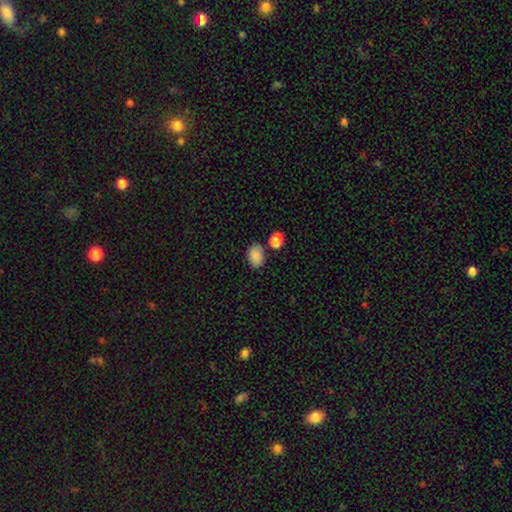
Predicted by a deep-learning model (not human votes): A smooth galaxy with no disk features (86%) that is in between round and cigar-shaped (79%).

Vote fractions:
- Smooth or featured? smooth: 86% / star or artifact: 9% / featured or disk: 5%
- How rounded? in between: 79% / round: 20% / cigar-shaped: 1%
- Merging? none: 71% / minor disturbance: 15% / merger: 10% / major disturbance: 4%